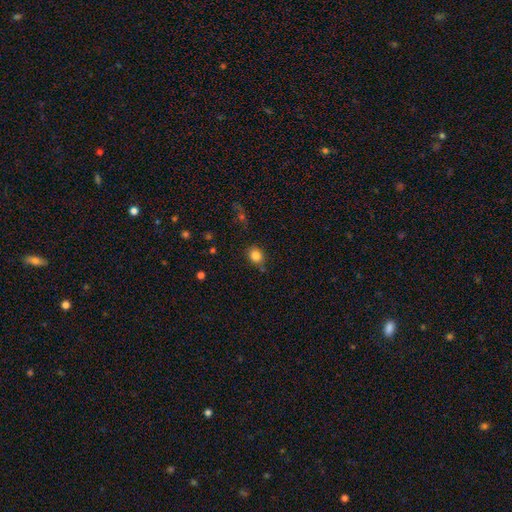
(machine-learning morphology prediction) Smooth or featured?
  - smooth: 83% *
  - star or artifact: 11%
  - featured or disk: 5%
How rounded?
  - round: 68% *
  - in between: 31%
  - cigar-shaped: 1%
Merging?
  - none: 77% *
  - minor disturbance: 16%
  - merger: 4%
  - major disturbance: 4%